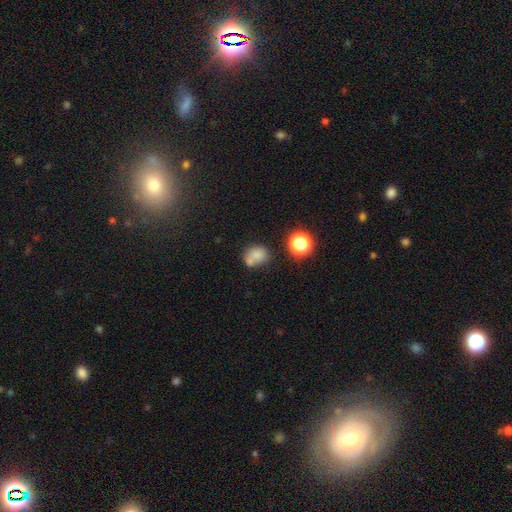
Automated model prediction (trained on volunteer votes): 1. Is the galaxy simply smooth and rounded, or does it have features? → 74% smooth, 14% star or artifact, 13% featured or disk.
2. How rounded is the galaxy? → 59% round, 40% in between, 1% cigar-shaped.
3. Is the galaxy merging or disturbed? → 43% none, 33% merger, 17% minor disturbance, 8% major disturbance.